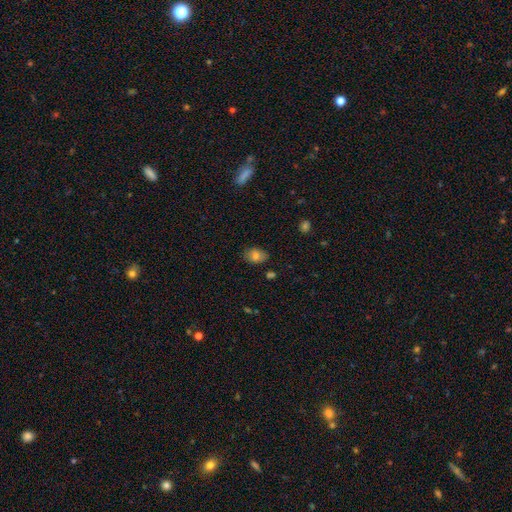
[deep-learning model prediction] Smooth or featured? Predicted: smooth (p=0.77). How rounded? Predicted: in between (p=0.76). Merging? Predicted: none (p=0.82).